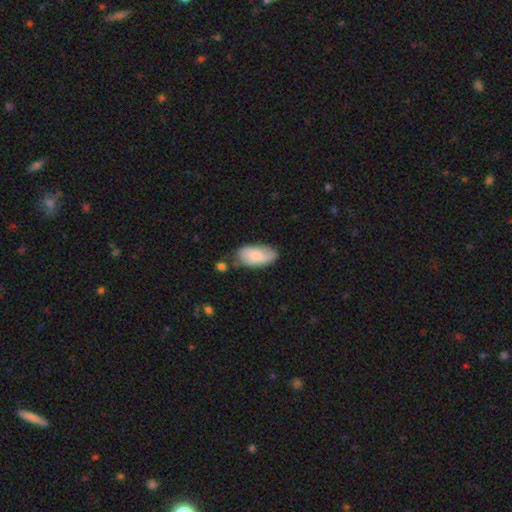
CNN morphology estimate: This is likely a smooth galaxy (68%). How rounded: clearly in between (94%). Merging: likely none (61%).